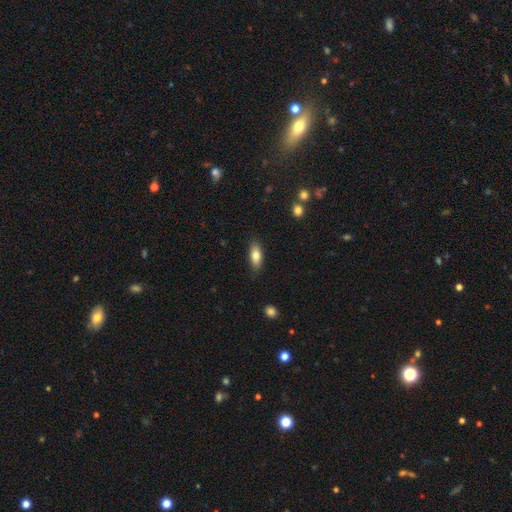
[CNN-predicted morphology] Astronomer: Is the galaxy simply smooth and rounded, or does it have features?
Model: smooth — 79%.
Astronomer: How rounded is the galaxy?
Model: in between — 77%.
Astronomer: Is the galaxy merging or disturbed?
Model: none — 80%.